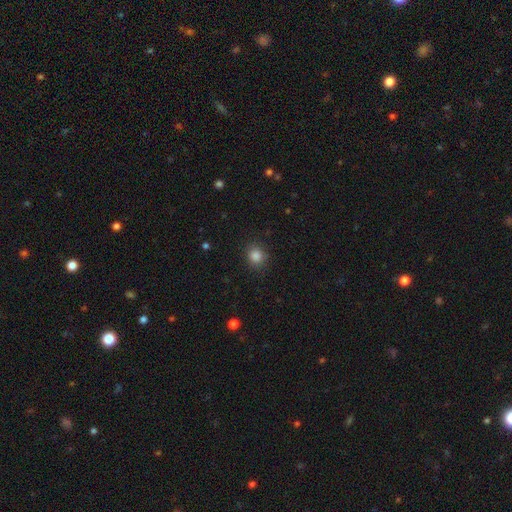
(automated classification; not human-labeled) Smooth or featured? smooth (85%)
How rounded? round (82%)
Merging? none (86%)